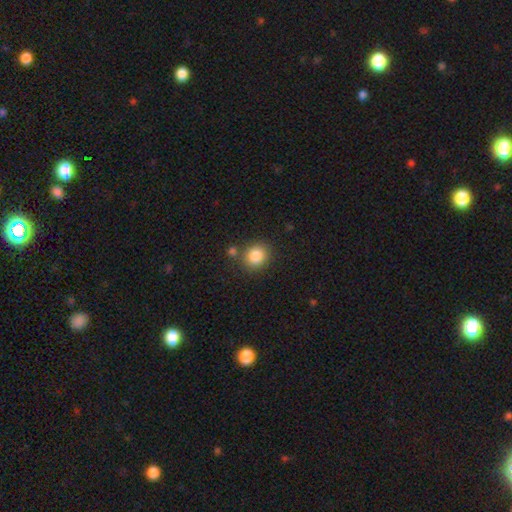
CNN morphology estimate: This appears to be a smooth galaxy with no disk features (85%) that is round (78%). Merging: none (77%).